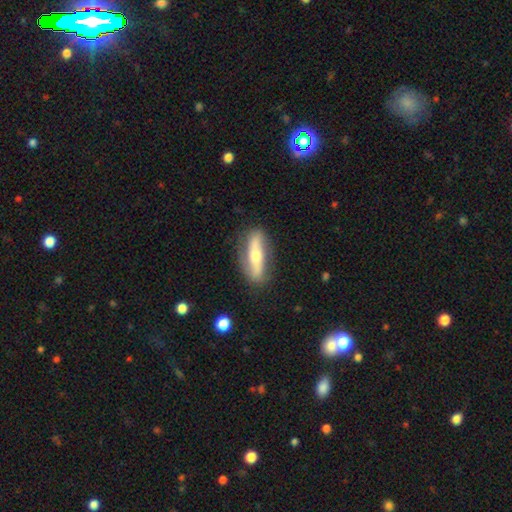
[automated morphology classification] A featured or disk galaxy (57%) viewed edge-on (50%, tied with no).

Vote fractions:
- Smooth or featured? featured or disk: 57% / smooth: 37% / star or artifact: 6%
- Edge-on disk? yes: 50% (tied) / no: 50% (tied)
- Merging? none: 81% / minor disturbance: 13% / major disturbance: 4% / merger: 2%